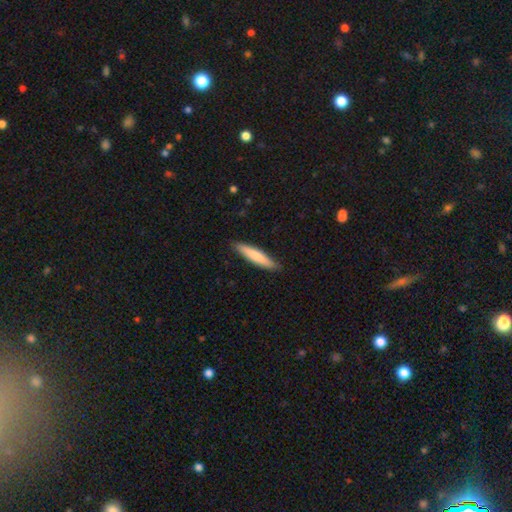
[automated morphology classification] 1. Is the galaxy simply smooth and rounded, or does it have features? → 79% smooth, 17% featured or disk, 5% star or artifact.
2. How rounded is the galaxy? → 86% cigar-shaped, 13% in between, 1% round.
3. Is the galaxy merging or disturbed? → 88% none, 9% minor disturbance, 2% major disturbance, 1% merger.